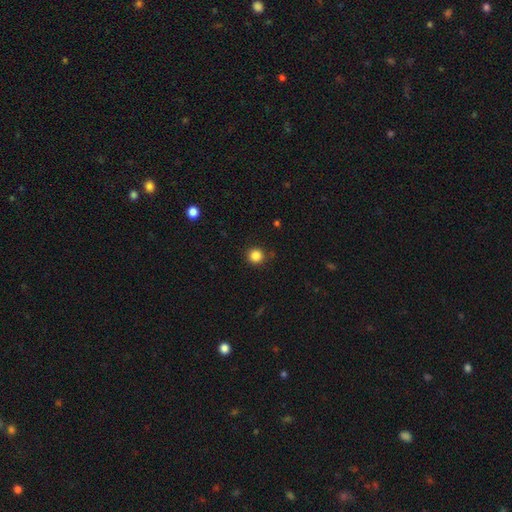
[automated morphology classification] A smooth galaxy with no disk features (85%) that is round (94%).

Vote fractions:
- Smooth or featured? smooth: 85% / star or artifact: 11% / featured or disk: 4%
- How rounded? round: 94% / in between: 5% / cigar-shaped: 1%
- Merging? none: 90% / minor disturbance: 7% / major disturbance: 2% / merger: 1%